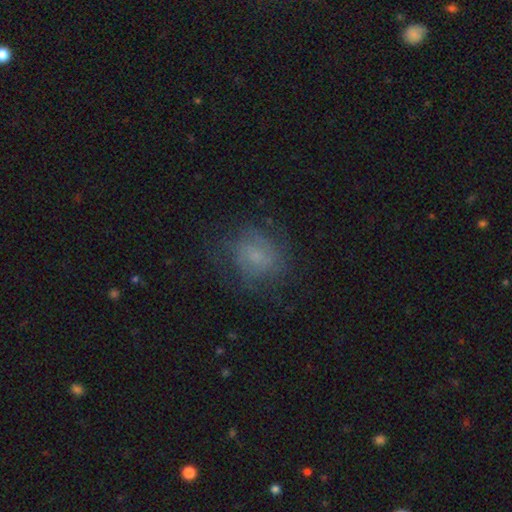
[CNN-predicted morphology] Smooth or featured? smooth (50%)
Merging? none (70%)